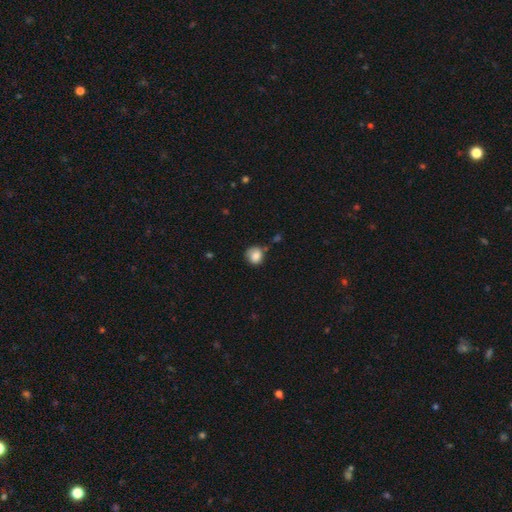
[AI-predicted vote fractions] A smooth galaxy with no disk features (83%) that is round (80%).

Vote fractions:
- Smooth or featured? smooth: 83% / star or artifact: 9% / featured or disk: 8%
- How rounded? round: 80% / in between: 19% / cigar-shaped: 1%
- Merging? none: 63% / minor disturbance: 25% / major disturbance: 6% / merger: 6%